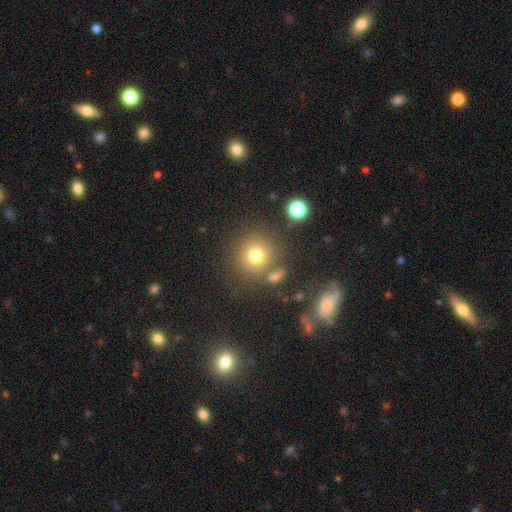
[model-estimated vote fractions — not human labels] Q: Smooth or featured?
A: smooth (75%); runner-up: star or artifact (16%)
Q: How rounded?
A: round (91%); runner-up: in between (8%)
Q: Merging?
A: none (77%); runner-up: minor disturbance (10%)